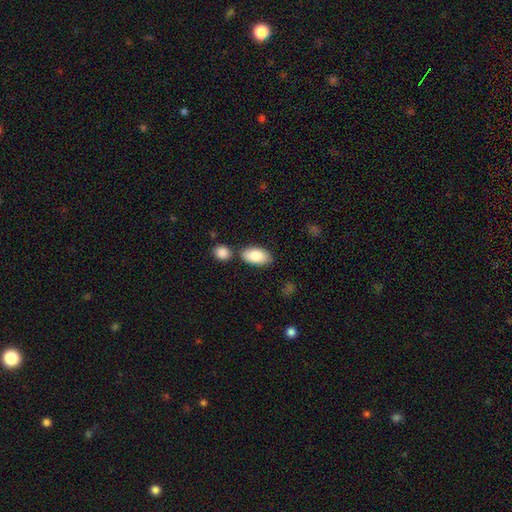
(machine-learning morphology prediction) Q: Smooth or featured?
A: smooth (85%); runner-up: featured or disk (9%)
Q: How rounded?
A: in between (94%); runner-up: round (4%)
Q: Merging?
A: none (72%); runner-up: minor disturbance (13%)